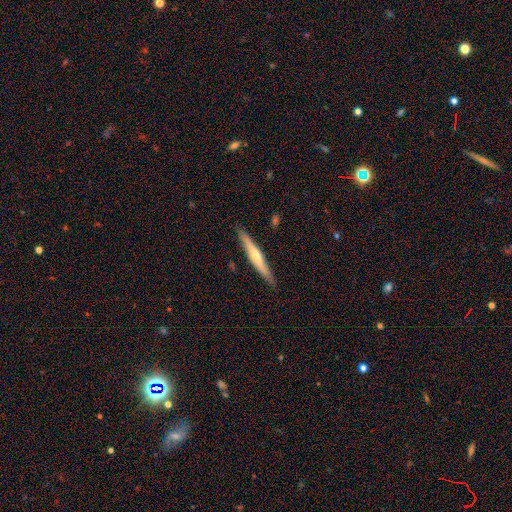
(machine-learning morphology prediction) type=featured or disk (59%); edge-on=yes (95%); edge-on bulge=rounded (77%); merging=none (89%).